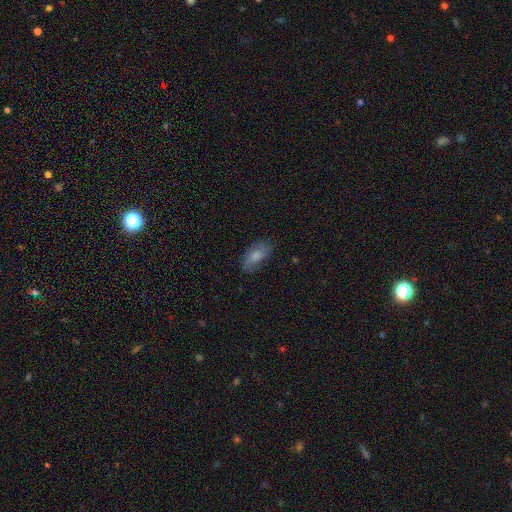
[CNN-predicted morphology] A smooth galaxy with no disk features (70%) that is in between round and cigar-shaped (89%). Merging: none (71%).